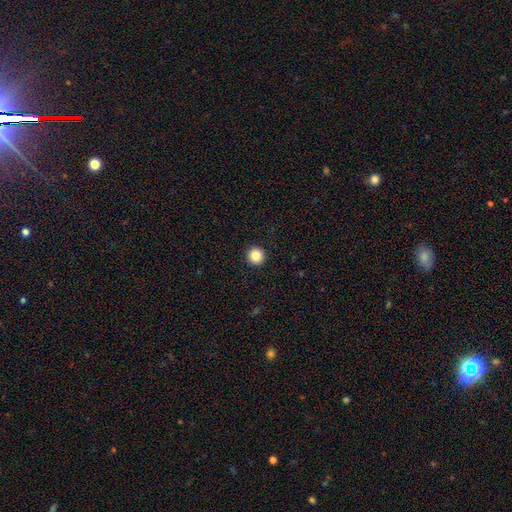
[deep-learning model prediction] Smooth or featured?
  - smooth: 86% *
  - star or artifact: 10%
  - featured or disk: 4%
How rounded?
  - round: 96% *
  - in between: 3%
  - cigar-shaped: 1%
Merging?
  - none: 94% *
  - minor disturbance: 4%
  - major disturbance: 1%
  - merger: 1%